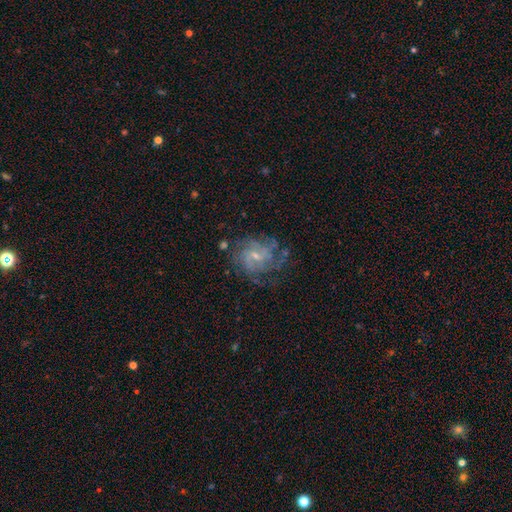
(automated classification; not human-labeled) Smooth or featured?
  - featured or disk: 79% *
  - smooth: 11%
  - star or artifact: 10%
Edge-on disk?
  - no: 97% *
  - yes: 3%
Bar?
  - no: 50% *
  - weak: 43%
  - strong: 7%
Spiral arms?
  - yes: 92% *
  - no: 8%
Spiral winding?
  - tight: 49% *
  - medium: 39%
  - loose: 12%
Spiral arm count?
  - can't tell: 35% *
  - 3: 20%
  - 4: 17%
  - 2: 15%
  - more than 4: 7%
  - 1: 6%
Bulge size?
  - small: 65% *
  - moderate: 28%
  - none: 5%
  - large: 1%
  - dominant: 1%
Merging?
  - none: 66% *
  - minor disturbance: 19%
  - major disturbance: 13%
  - merger: 2%